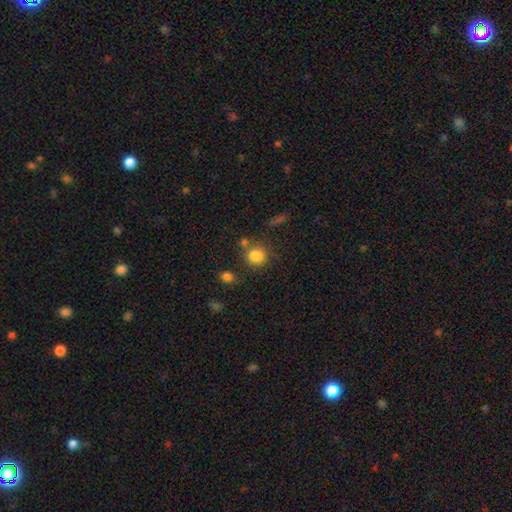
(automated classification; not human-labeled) This appears to be a smooth galaxy with no disk features (83%) that is round (73%). Merging: none (66%).